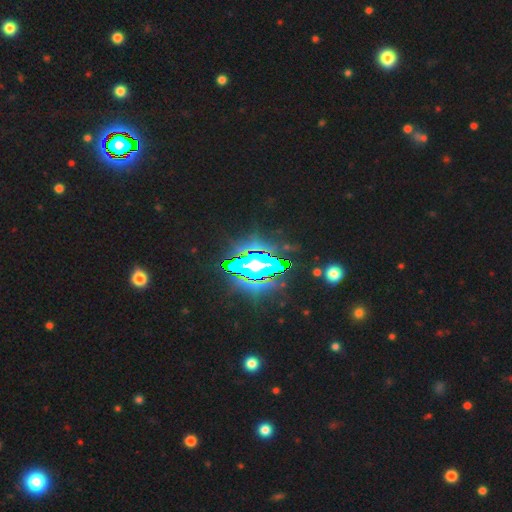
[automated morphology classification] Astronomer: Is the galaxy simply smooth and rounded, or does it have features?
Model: star or artifact — 83%.